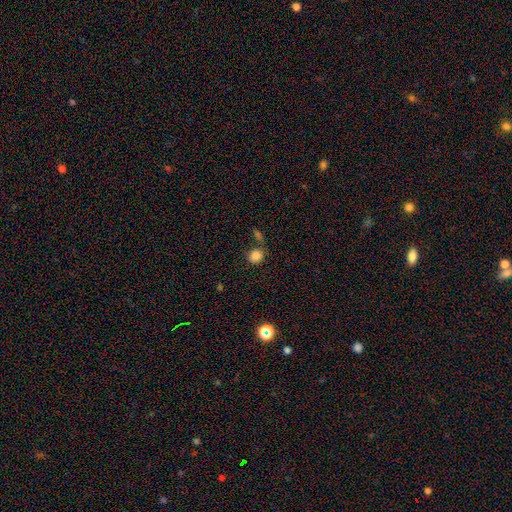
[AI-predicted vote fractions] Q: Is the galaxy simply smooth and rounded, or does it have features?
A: smooth — 84%.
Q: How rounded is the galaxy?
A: round — 75%.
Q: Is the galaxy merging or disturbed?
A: none — 66%.